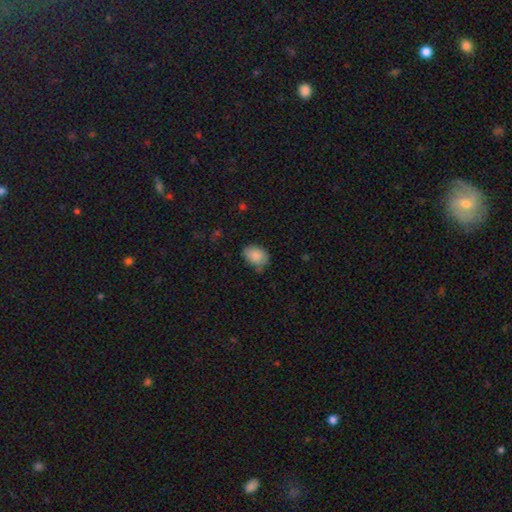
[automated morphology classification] type=smooth (85%); roundness=in between (72%); merging=none (65%).